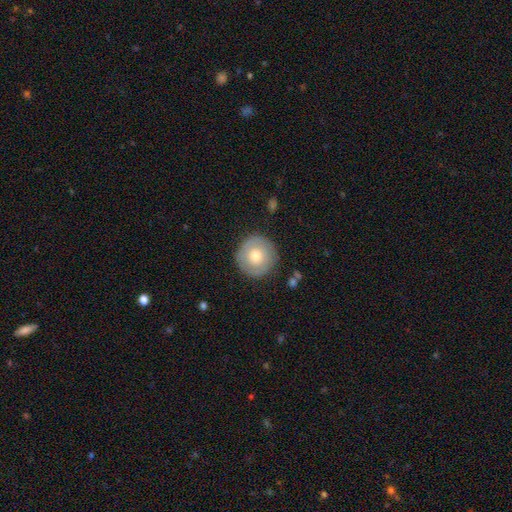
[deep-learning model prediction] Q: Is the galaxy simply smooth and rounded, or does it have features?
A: smooth — 55%.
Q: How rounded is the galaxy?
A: round — 95%.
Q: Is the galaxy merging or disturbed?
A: none — 87%.